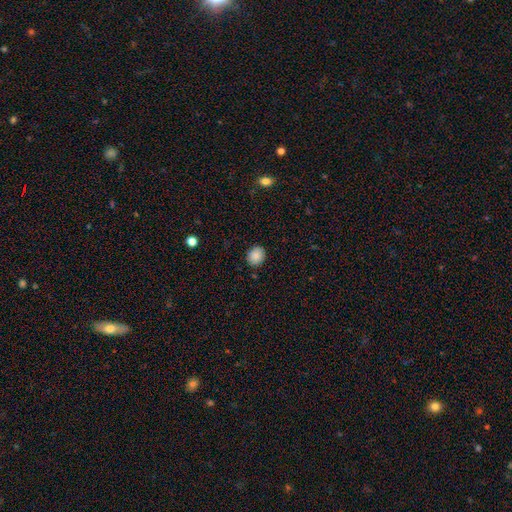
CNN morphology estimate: The model was most divided on "how rounded": round: 70%, in between: 29%, cigar-shaped: 1%. More confident: merging — none (88%); smooth or featured — smooth (86%).